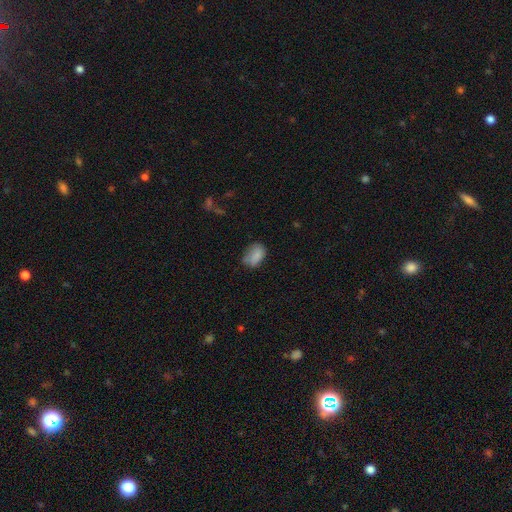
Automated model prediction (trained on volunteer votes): A smooth galaxy with no disk features (82%) that is in between round and cigar-shaped (86%).

Vote fractions:
- Smooth or featured? smooth: 82% / star or artifact: 10% / featured or disk: 9%
- How rounded? in between: 86% / round: 12% / cigar-shaped: 2%
- Merging? none: 53% / minor disturbance: 33% / major disturbance: 12% / merger: 3%